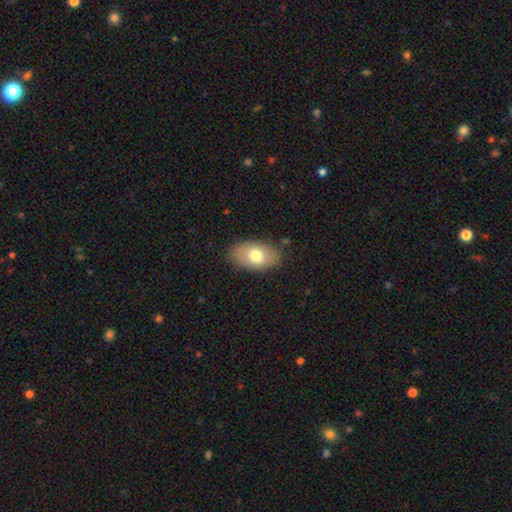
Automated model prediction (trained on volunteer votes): Smooth or featured: smooth — 71% (featured or disk — 22%)
How rounded: in between — 91% (round — 7%)
Merging: none — 83% (minor disturbance — 13%)